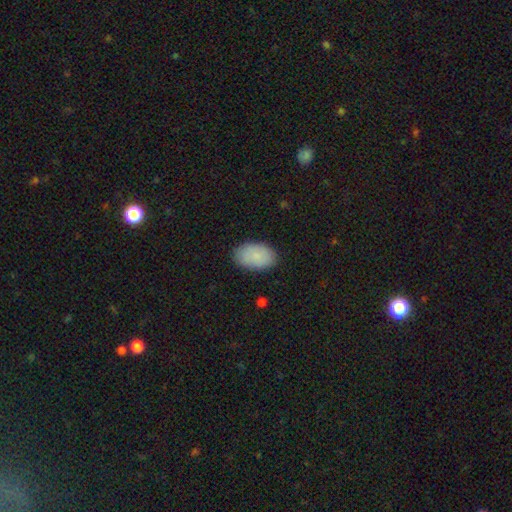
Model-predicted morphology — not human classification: This appears to be a smooth galaxy with no disk features (87%) that is in between round and cigar-shaped (92%). Merging: none (85%).